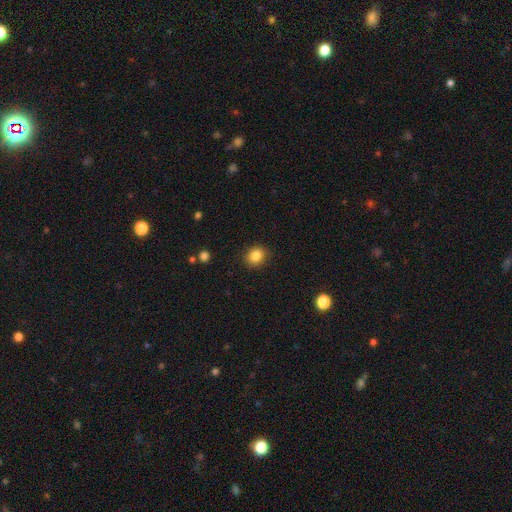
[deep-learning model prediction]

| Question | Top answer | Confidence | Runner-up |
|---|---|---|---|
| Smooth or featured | smooth | 85% | star or artifact (10%) |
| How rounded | round | 72% | in between (27%) |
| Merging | none | 88% | minor disturbance (8%) |